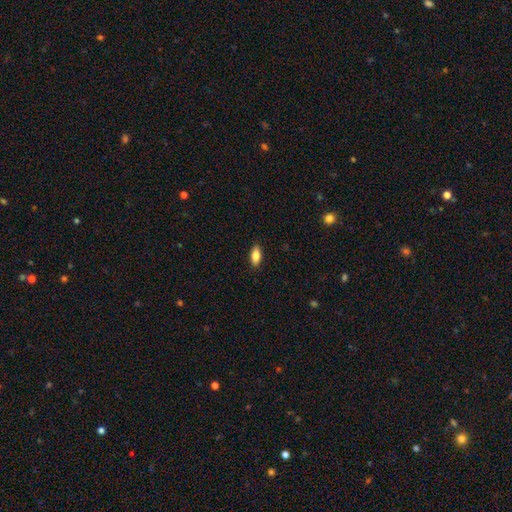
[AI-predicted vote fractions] This appears to be a smooth galaxy with no disk features (83%) that is in between round and cigar-shaped (87%). Merging: none (90%).